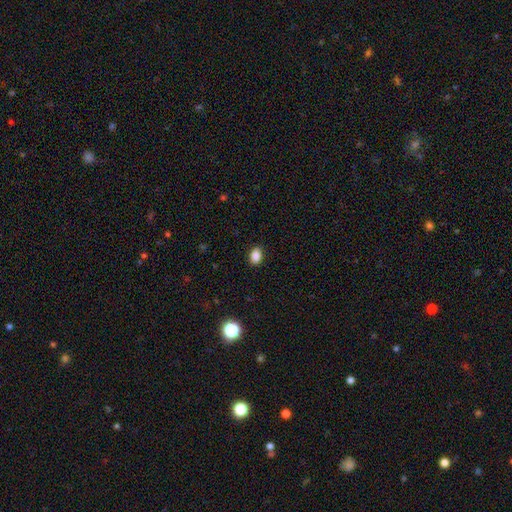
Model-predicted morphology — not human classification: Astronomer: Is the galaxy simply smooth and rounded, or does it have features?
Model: smooth — 85%.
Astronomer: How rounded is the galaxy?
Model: in between — 80%.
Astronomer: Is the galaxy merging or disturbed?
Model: none — 89%.